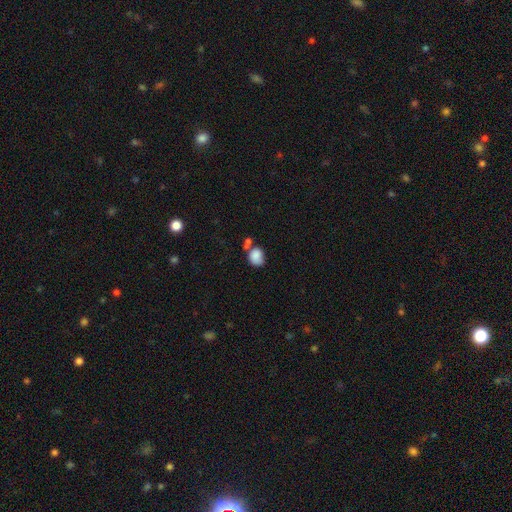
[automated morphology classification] A smooth galaxy with no disk features (85%) that is round (56%). Merging: none (44%).